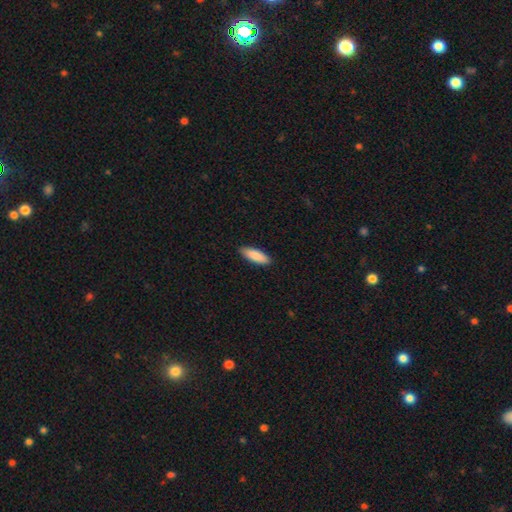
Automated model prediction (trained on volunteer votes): The model was most divided on "how rounded": in between: 61%, cigar-shaped: 38%, round: 2%. More confident: merging — none (90%); smooth or featured — smooth (87%).